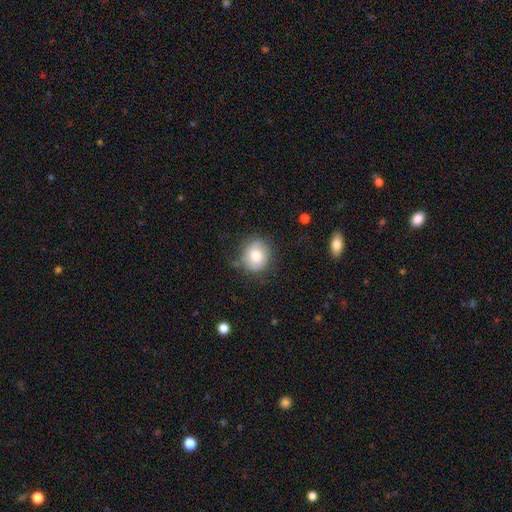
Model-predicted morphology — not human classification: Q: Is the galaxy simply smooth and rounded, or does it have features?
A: smooth — 77%.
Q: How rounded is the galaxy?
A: round — 74%.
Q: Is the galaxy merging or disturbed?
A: none — 72%.